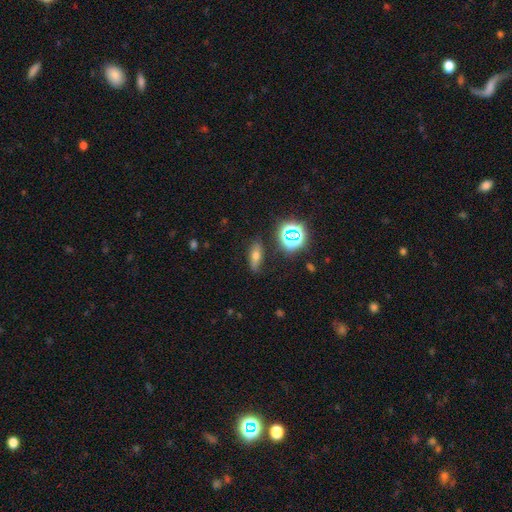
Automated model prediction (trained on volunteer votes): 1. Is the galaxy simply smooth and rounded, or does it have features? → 55% smooth, 24% featured or disk, 21% star or artifact.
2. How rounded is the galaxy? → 56% in between, 34% cigar-shaped, 10% round.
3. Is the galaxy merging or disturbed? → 83% none, 12% minor disturbance, 3% major disturbance, 2% merger.